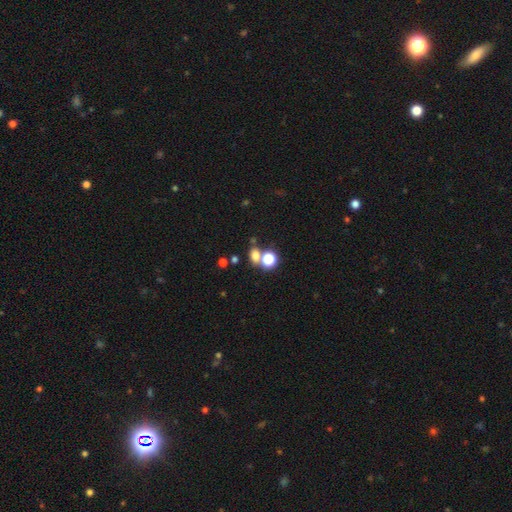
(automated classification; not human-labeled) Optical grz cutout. It shows a smooth galaxy with no disk features (68%) that is in between round and cigar-shaped (50%). Merging: none (55%).